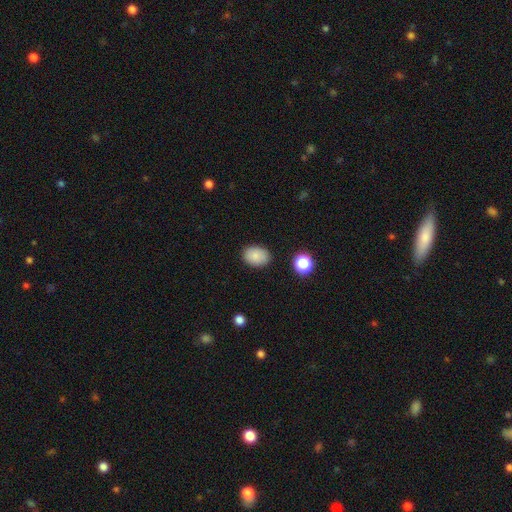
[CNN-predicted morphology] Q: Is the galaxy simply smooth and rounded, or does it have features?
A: smooth — 85%.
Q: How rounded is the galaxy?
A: in between — 72%.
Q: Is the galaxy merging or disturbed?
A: none — 87%.